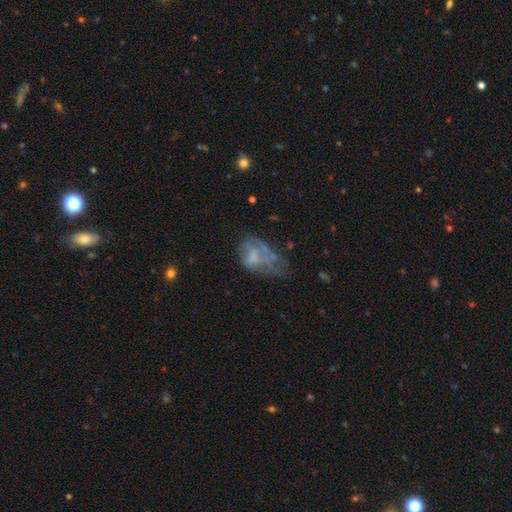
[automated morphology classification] The model was most divided on "smooth or featured": featured or disk: 45%, smooth: 42%, star or artifact: 13%. Remaining: merging — major disturbance (42%).